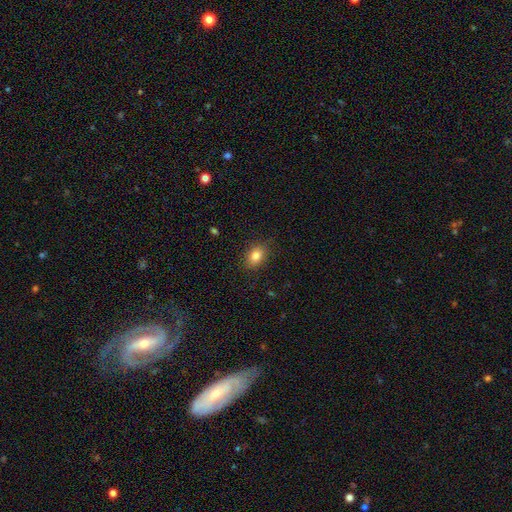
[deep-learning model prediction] smooth_or_featured: smooth (p=0.84) [alt: star or artifact p=0.09]
how_rounded: in between (p=0.77) [alt: round p=0.22]
merging: none (p=0.83) [alt: minor disturbance p=0.13]